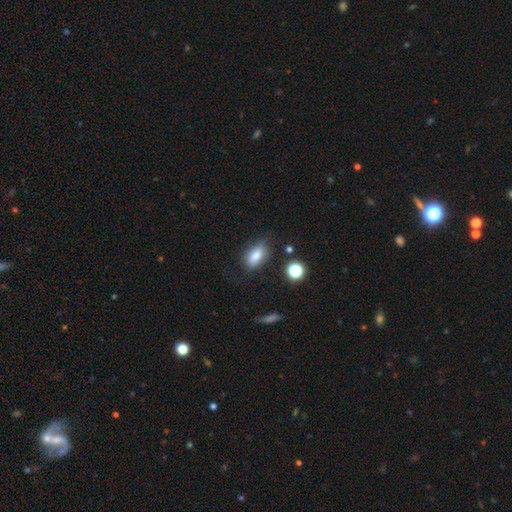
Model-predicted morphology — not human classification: Overall: smooth (78%). How rounded: in between (85%). Merging: none (65%).